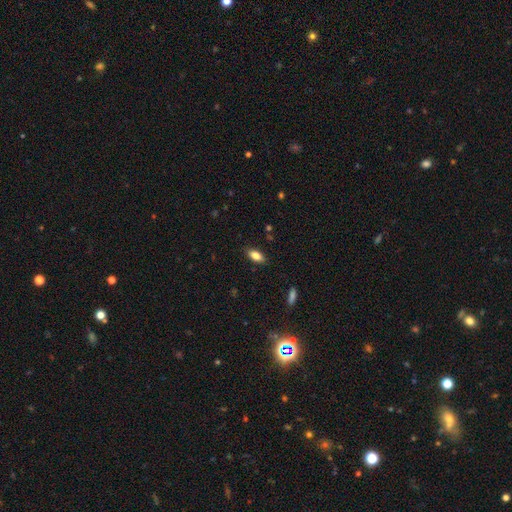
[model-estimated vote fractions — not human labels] Q: Smooth or featured?
A: smooth (82%); runner-up: featured or disk (10%)
Q: How rounded?
A: in between (86%); runner-up: cigar-shaped (10%)
Q: Merging?
A: none (85%); runner-up: minor disturbance (11%)